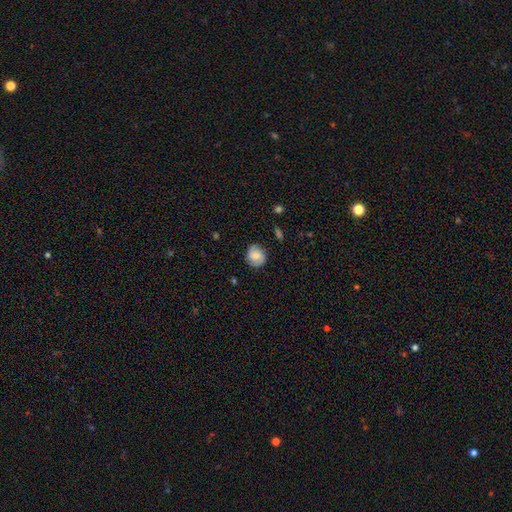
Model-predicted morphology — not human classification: Smooth or featured? smooth (64%)
How rounded? round (80%)
Merging? none (80%)